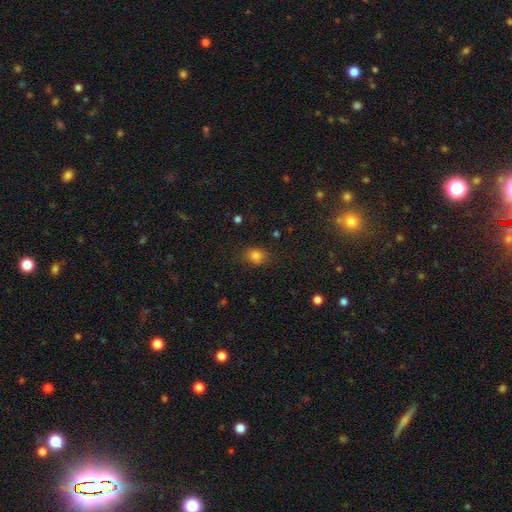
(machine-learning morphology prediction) Smooth or featured: smooth — 81% (star or artifact — 13%)
How rounded: in between — 58% (round — 41%)
Merging: none — 78% (minor disturbance — 16%)